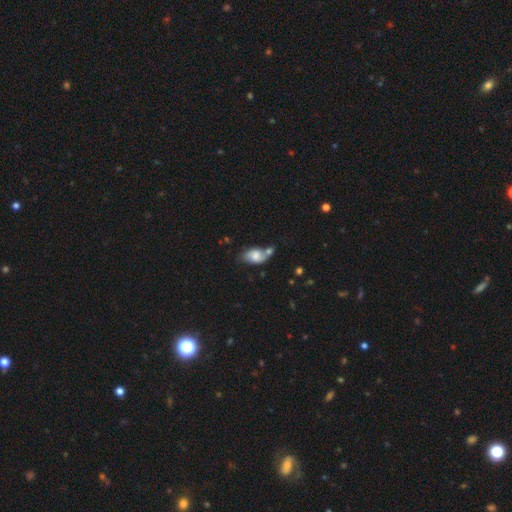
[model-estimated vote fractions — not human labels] A smooth galaxy with no disk features (68%) that is in between round and cigar-shaped (86%).

Vote fractions:
- Smooth or featured? smooth: 68% / featured or disk: 24% / star or artifact: 8%
- How rounded? in between: 86% / round: 12% / cigar-shaped: 2%
- Merging? none: 36% / merger: 34% / minor disturbance: 21% / major disturbance: 8%